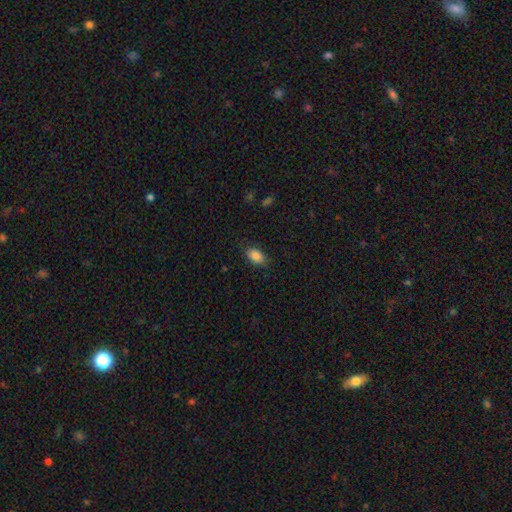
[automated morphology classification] Smooth or featured?
  - smooth: 87% *
  - star or artifact: 8%
  - featured or disk: 5%
How rounded?
  - in between: 90% *
  - round: 7%
  - cigar-shaped: 3%
Merging?
  - none: 84% *
  - minor disturbance: 12%
  - major disturbance: 3%
  - merger: 1%